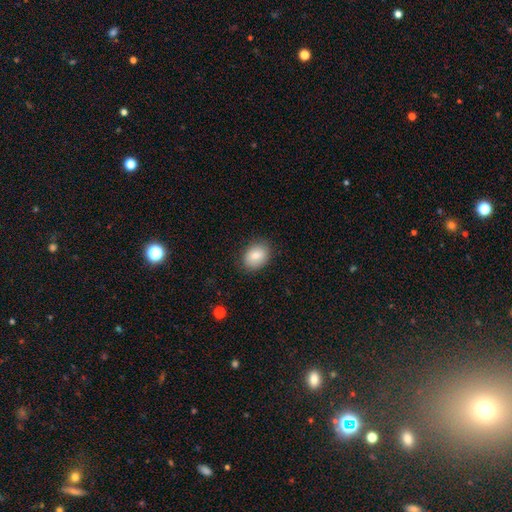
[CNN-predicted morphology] type=smooth (84%); roundness=in between (71%); merging=none (84%).